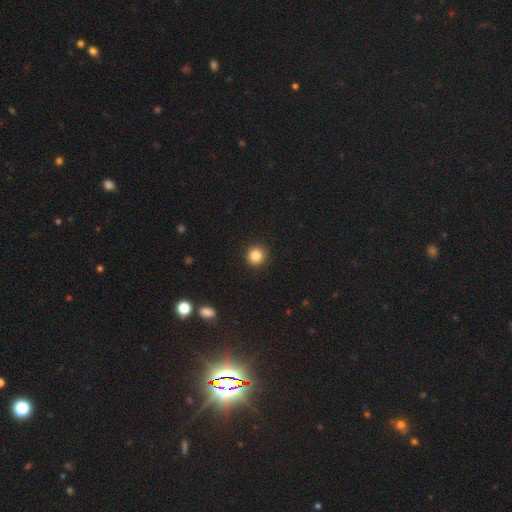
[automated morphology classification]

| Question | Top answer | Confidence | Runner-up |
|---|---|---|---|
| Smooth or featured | smooth | 86% | star or artifact (10%) |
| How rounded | round | 93% | in between (6%) |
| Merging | none | 92% | minor disturbance (5%) |